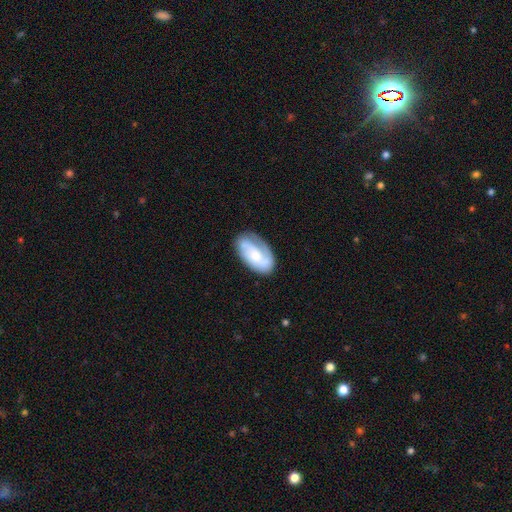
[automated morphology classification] Smooth or featured? Predicted: featured or disk (p=0.65). Edge-on disk? Predicted: no (p=0.95). Bar? Predicted: no (p=0.65). Spiral arms? Predicted: yes (p=0.88). Spiral winding? Predicted: medium (p=0.40). Spiral arm count? Predicted: 2 (p=0.57). Bulge size? Predicted: small (p=0.45). Merging? Predicted: none (p=0.69).